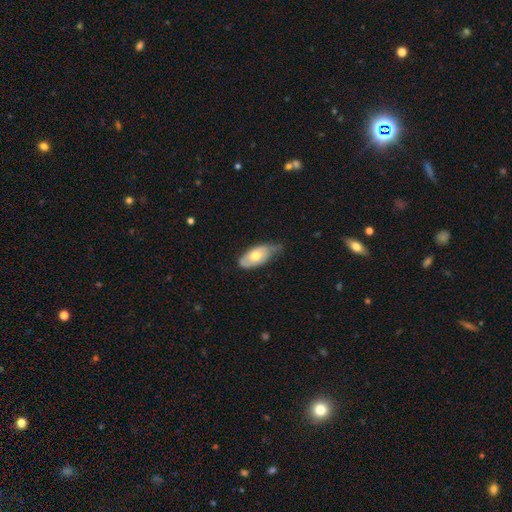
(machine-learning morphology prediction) A smooth galaxy with no disk features (59%) that is in between round and cigar-shaped (91%). Merging: none (45%).